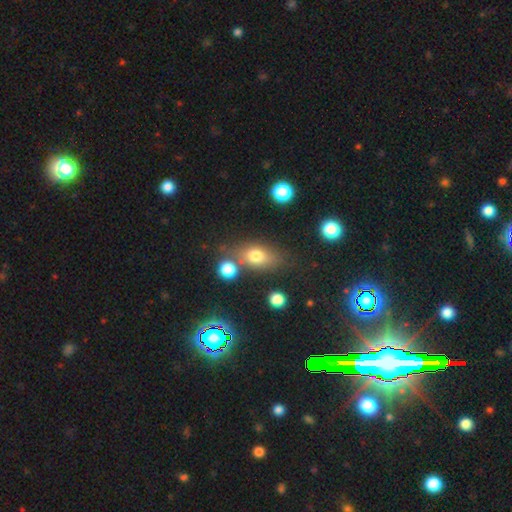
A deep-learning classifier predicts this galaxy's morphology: Smooth or featured? Predicted: smooth (p=0.72). How rounded? Predicted: in between (p=0.71). Merging? Predicted: none (p=0.62).